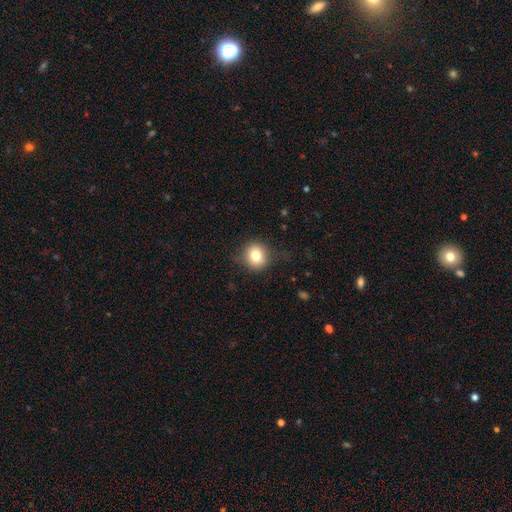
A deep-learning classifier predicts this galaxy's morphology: smooth_or_featured: smooth (p=0.78) [alt: featured or disk p=0.11]
how_rounded: round (p=0.87) [alt: in between p=0.12]
merging: none (p=0.82) [alt: minor disturbance p=0.13]